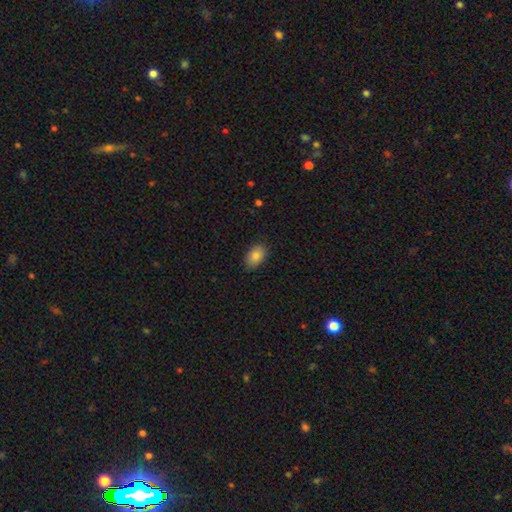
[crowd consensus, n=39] Volunteers were most divided on "merging": none: 82%, minor disturbance: 13%, major disturbance: 5%, merger: 0%. More confident: smooth or featured — smooth (92%); how rounded — in between (89%).